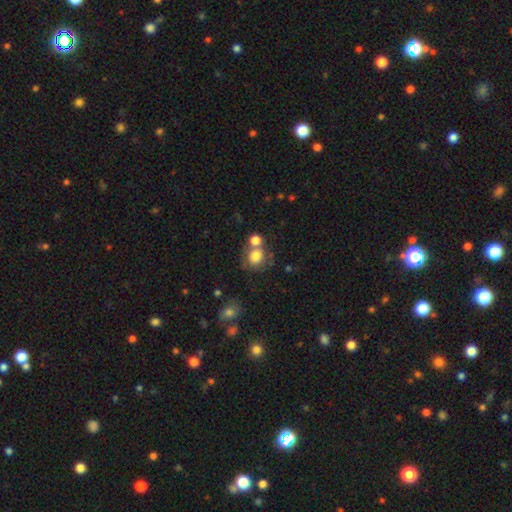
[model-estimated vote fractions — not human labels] smooth-or-featured: smooth: 78% | featured or disk: 12% | star or artifact: 11%
  how-rounded: round: 82% | in between: 17% | cigar-shaped: 1%
  merging: none: 49% | merger: 34% | minor disturbance: 11% | major disturbance: 6%